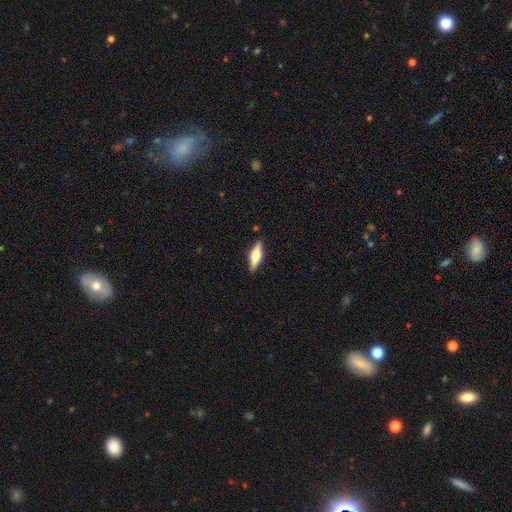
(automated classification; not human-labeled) Smooth or featured: smooth — 50% (featured or disk — 44%)
Merging: none — 88% (minor disturbance — 9%)